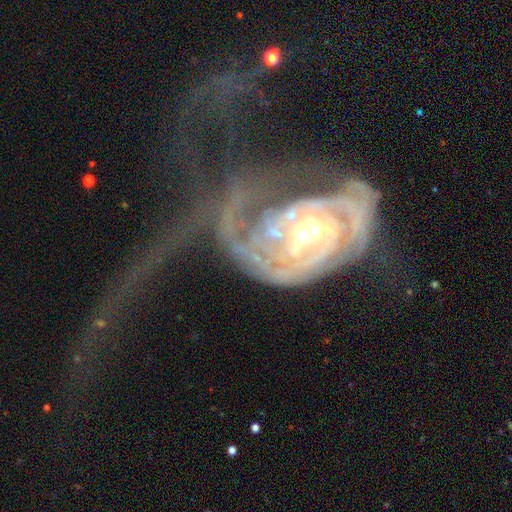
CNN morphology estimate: The model was most divided on "spiral arm count": 2: 35%, can't tell: 34%, 3: 10%, 1: 9%, 4: 6%, more than 4: 5%. Remaining: edge-on disk — no (97%); spiral arms — yes (89%); smooth or featured — featured or disk (86%); spiral winding — tight (50%); bar — no (49%); bulge size — small (48%); merging — major disturbance (45%).